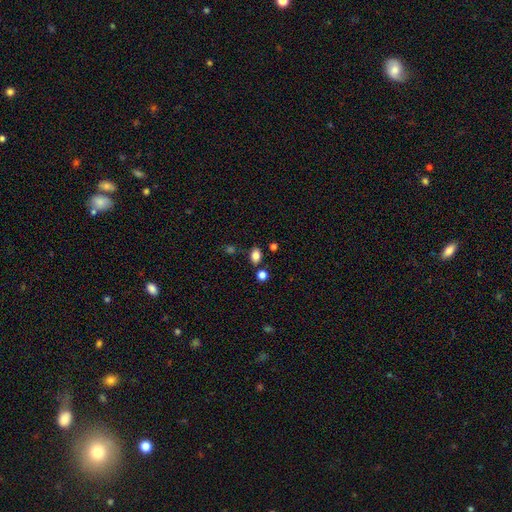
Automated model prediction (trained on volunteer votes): This is clearly a smooth galaxy (82%). How rounded: likely in between (72%). Merging: likely none (78%).